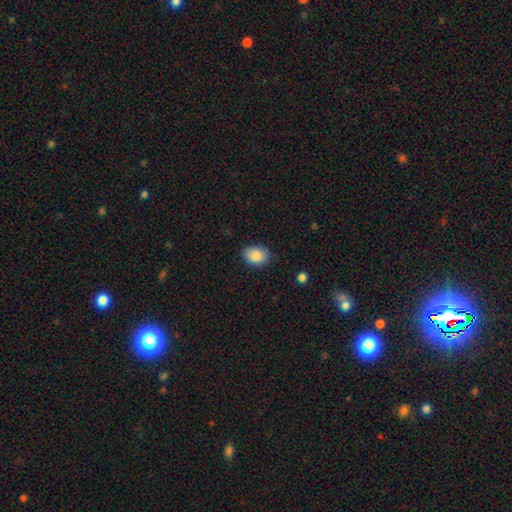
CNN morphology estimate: A smooth galaxy with no disk features (87%) that is in between round and cigar-shaped (63%).

Vote fractions:
- Smooth or featured? smooth: 87% / star or artifact: 8% / featured or disk: 5%
- How rounded? in between: 63% / round: 36% / cigar-shaped: 1%
- Merging? none: 82% / minor disturbance: 14% / major disturbance: 3% / merger: 1%